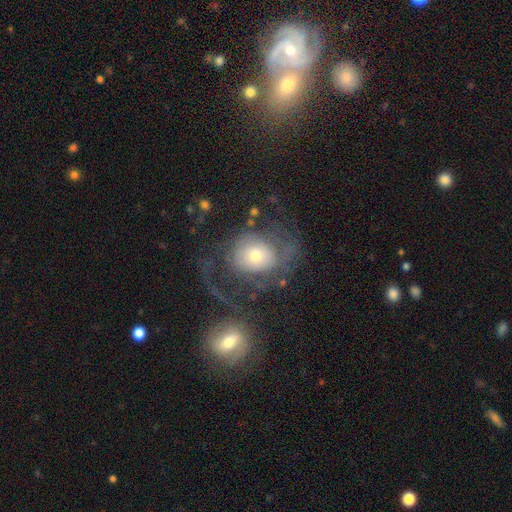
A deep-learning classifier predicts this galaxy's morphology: featured or disk 53%, smooth 37%, star or artifact 9%. Down the decision tree: edge-on disk — no (96%); bar — no (79%); spiral arms — yes (65%); bulge size — moderate (53%); merging — major disturbance (38%).